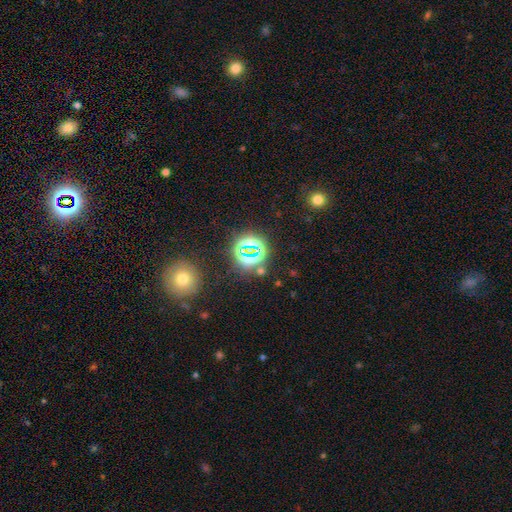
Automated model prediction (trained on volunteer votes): This is likely a star or artifact rather than a galaxy (70%).